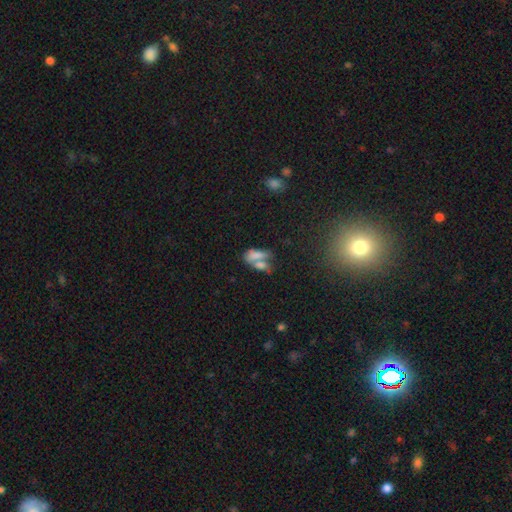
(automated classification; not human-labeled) This is likely a smooth galaxy (68%). How rounded: clearly in between (82%). Merging: likely merger (61%).